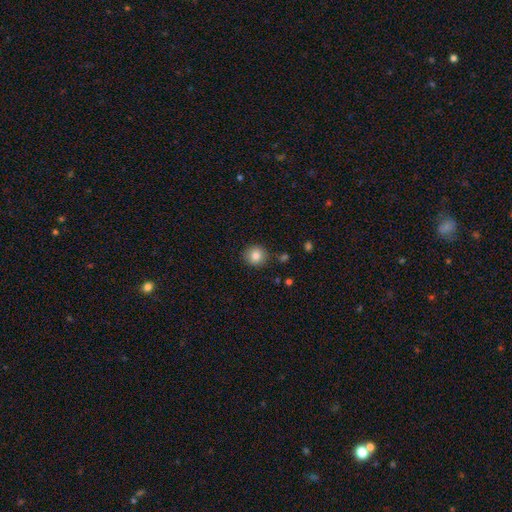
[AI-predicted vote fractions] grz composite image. It shows a smooth galaxy with no disk features (84%) that is round (91%). Merging: none (89%).